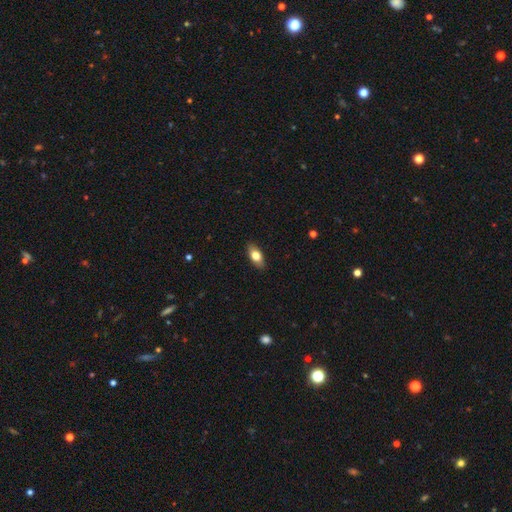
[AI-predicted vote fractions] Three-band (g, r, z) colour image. It shows a smooth galaxy with no disk features (75%) that is in between round and cigar-shaped (87%). Merging: none (88%).